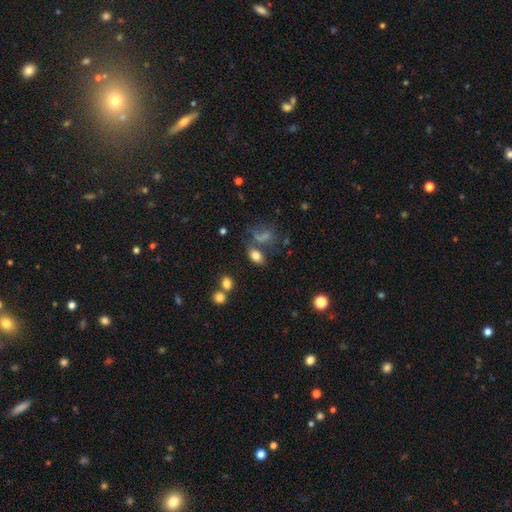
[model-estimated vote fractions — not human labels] This is likely a smooth galaxy (78%). How rounded: clearly in between (82%). Merging: likely none (61%).